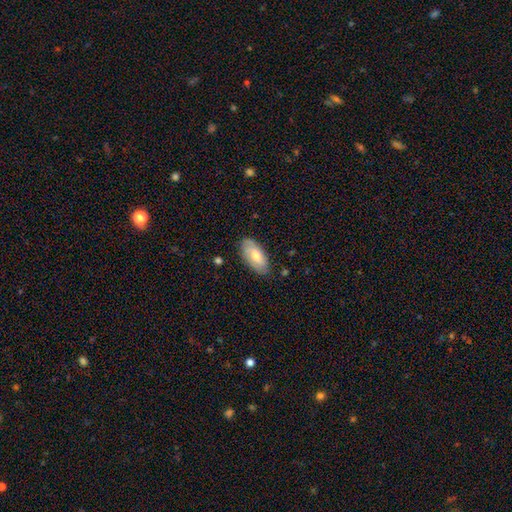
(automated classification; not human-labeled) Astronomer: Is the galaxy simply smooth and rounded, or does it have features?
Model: smooth — 63%.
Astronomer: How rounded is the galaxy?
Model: in between — 92%.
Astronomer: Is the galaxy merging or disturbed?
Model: none — 80%.